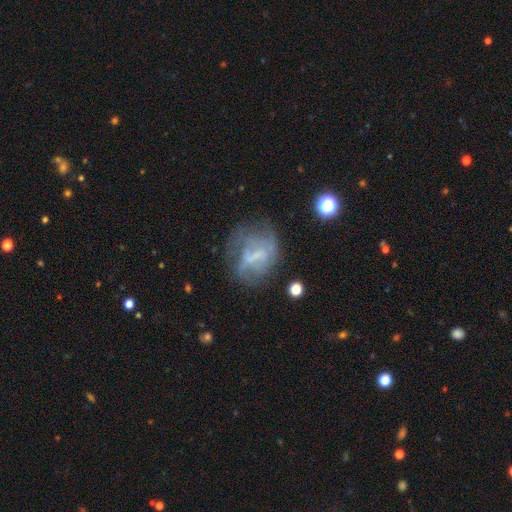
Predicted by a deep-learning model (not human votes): Smooth or featured? Predicted: featured or disk (p=0.56). Edge-on disk? Predicted: no (p=0.96). Bar? Predicted: no (p=0.50). Spiral arms? Predicted: no (p=0.67). Bulge size? Predicted: none (p=0.49). Merging? Predicted: none (p=0.47).